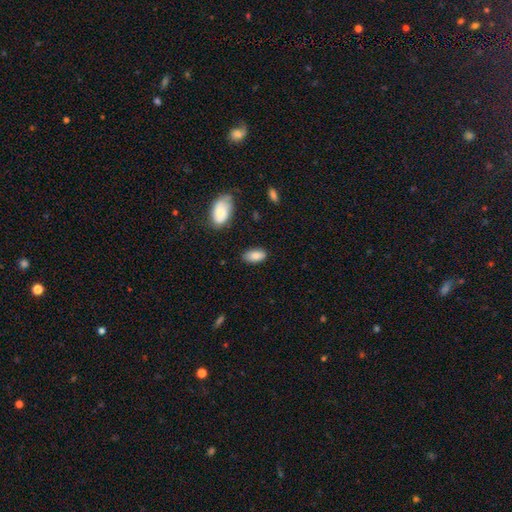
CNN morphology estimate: smooth_or_featured: smooth (p=0.85) [alt: featured or disk p=0.08]
how_rounded: in between (p=0.93) [alt: cigar-shaped p=0.04]
merging: none (p=0.81) [alt: minor disturbance p=0.14]